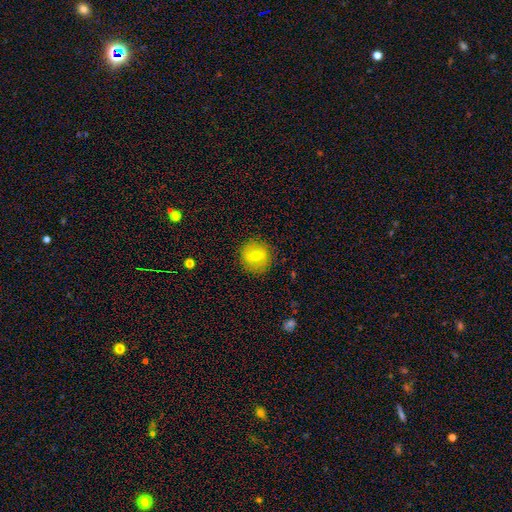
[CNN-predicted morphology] The model was most divided on "smooth or featured": smooth: 60%, featured or disk: 31%, star or artifact: 9%. More confident: merging — none (86%); how rounded — round (85%).